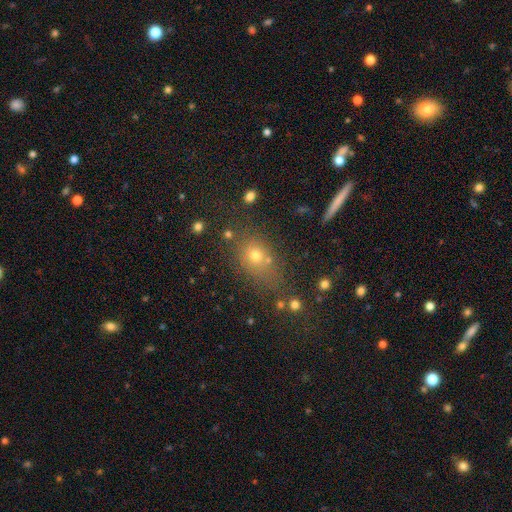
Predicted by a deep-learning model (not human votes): smooth-or-featured: smooth: 64% | star or artifact: 22% | featured or disk: 14%
  how-rounded: in between: 53% | round: 42% | cigar-shaped: 5%
  merging: none: 64% | minor disturbance: 15% | merger: 14% | major disturbance: 8%